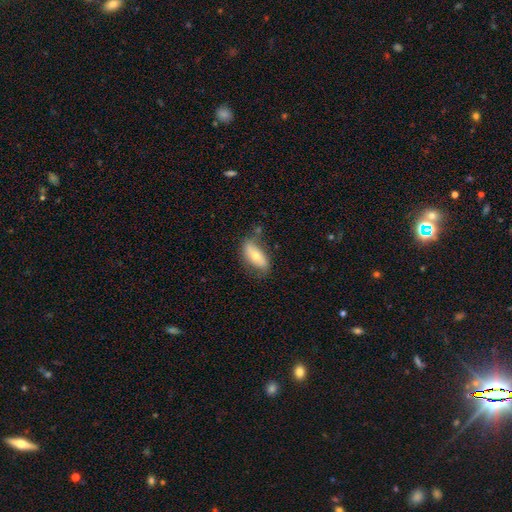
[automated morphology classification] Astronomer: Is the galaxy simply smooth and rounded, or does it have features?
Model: smooth — 64%.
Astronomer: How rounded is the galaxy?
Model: in between — 84%.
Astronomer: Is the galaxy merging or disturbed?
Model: none — 62%.